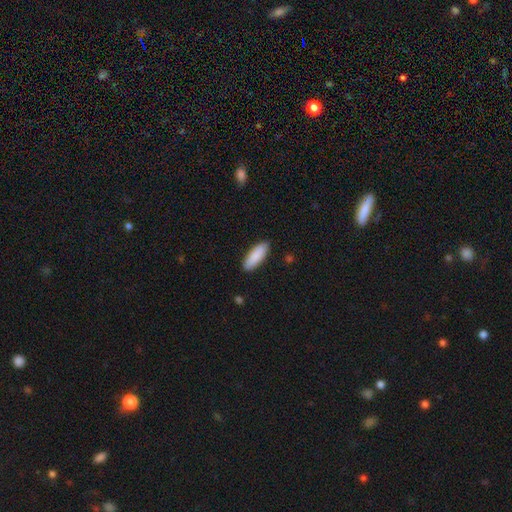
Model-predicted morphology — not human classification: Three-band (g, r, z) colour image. It shows a smooth galaxy with no disk features (88%) that is in between round and cigar-shaped (65%). Merging: none (88%).